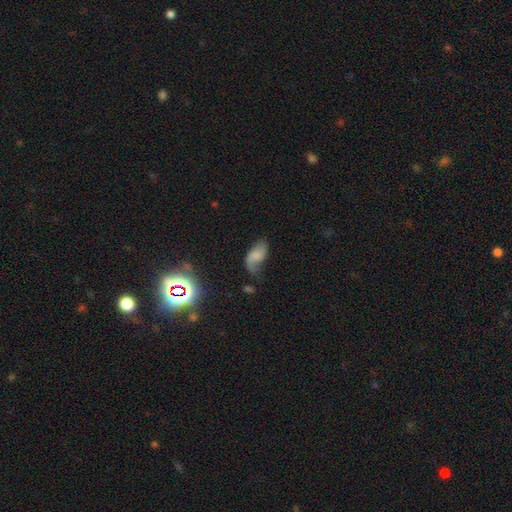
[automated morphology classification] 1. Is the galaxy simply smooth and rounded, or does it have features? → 48% smooth, 40% featured or disk, 11% star or artifact.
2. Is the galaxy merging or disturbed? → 41% none, 31% minor disturbance, 23% major disturbance, 4% merger.